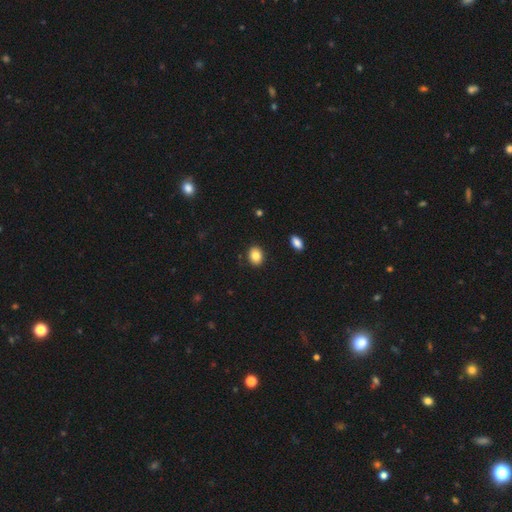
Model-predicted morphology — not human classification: A smooth galaxy with no disk features (84%) that is in between round and cigar-shaped (58%).

Vote fractions:
- Smooth or featured? smooth: 84% / star or artifact: 9% / featured or disk: 7%
- How rounded? in between: 58% / round: 41% / cigar-shaped: 1%
- Merging? none: 89% / minor disturbance: 7% / major disturbance: 2% / merger: 1%